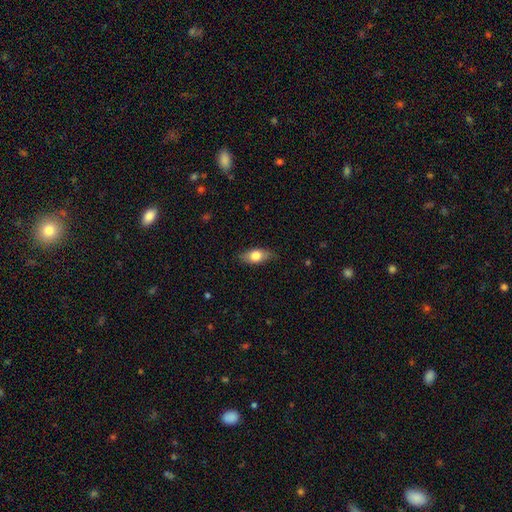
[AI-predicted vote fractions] Q: Smooth or featured?
A: smooth (72%); runner-up: featured or disk (21%)
Q: How rounded?
A: in between (84%); runner-up: cigar-shaped (10%)
Q: Merging?
A: none (82%); runner-up: minor disturbance (14%)